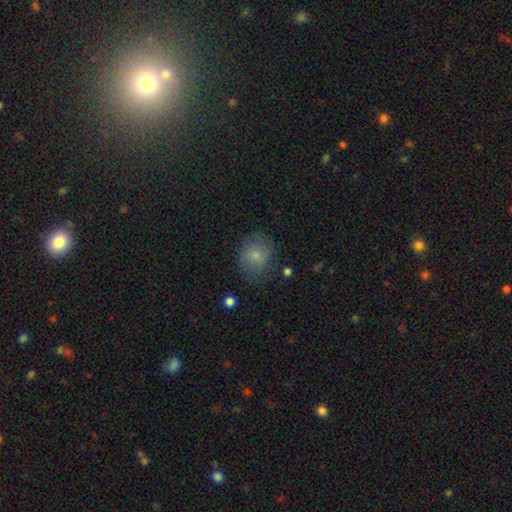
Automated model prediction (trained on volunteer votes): smooth-or-featured: smooth: 78% | featured or disk: 13% | star or artifact: 9%
  how-rounded: round: 66% | in between: 34% | cigar-shaped: 1%
  merging: none: 69% | minor disturbance: 21% | major disturbance: 8% | merger: 2%